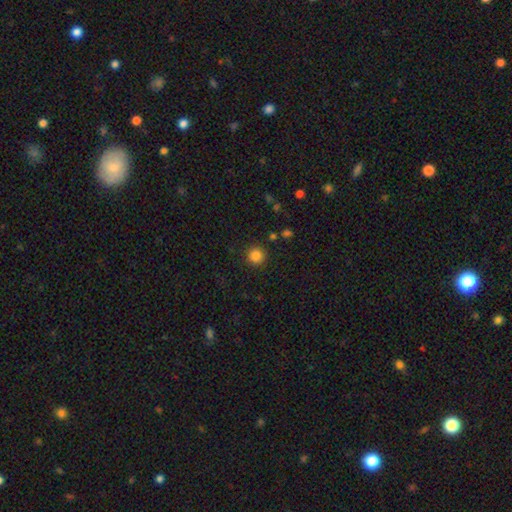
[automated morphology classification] type=smooth (84%); roundness=round (95%); merging=none (90%).